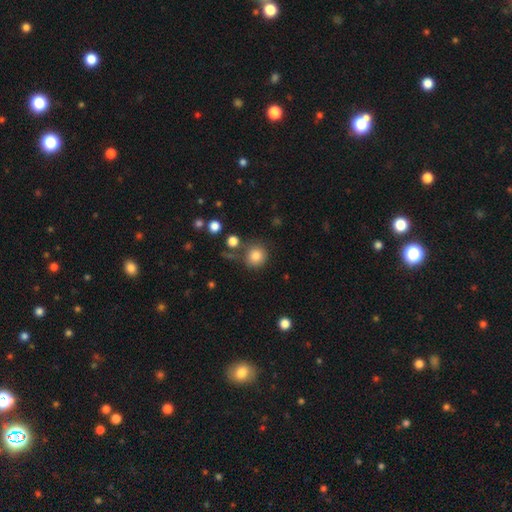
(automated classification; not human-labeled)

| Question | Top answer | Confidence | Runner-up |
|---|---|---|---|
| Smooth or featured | smooth | 83% | star or artifact (11%) |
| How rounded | round | 90% | in between (9%) |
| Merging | none | 76% | minor disturbance (11%) |